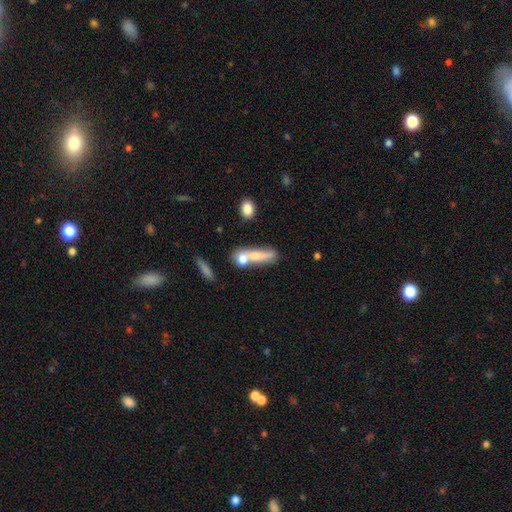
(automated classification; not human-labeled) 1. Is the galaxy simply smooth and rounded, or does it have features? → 64% smooth, 27% featured or disk, 9% star or artifact.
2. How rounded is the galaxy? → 54% cigar-shaped, 34% in between, 11% round.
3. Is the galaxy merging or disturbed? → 42% merger, 32% none, 14% minor disturbance, 11% major disturbance.